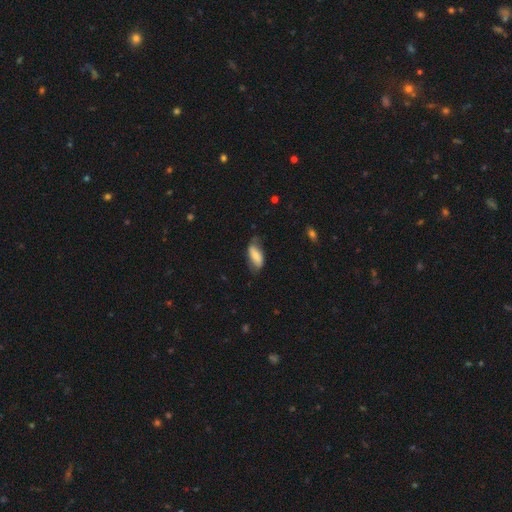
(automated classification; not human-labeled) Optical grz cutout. It shows a smooth galaxy with no disk features (72%) that is in between round and cigar-shaped (84%). Merging: none (56%).